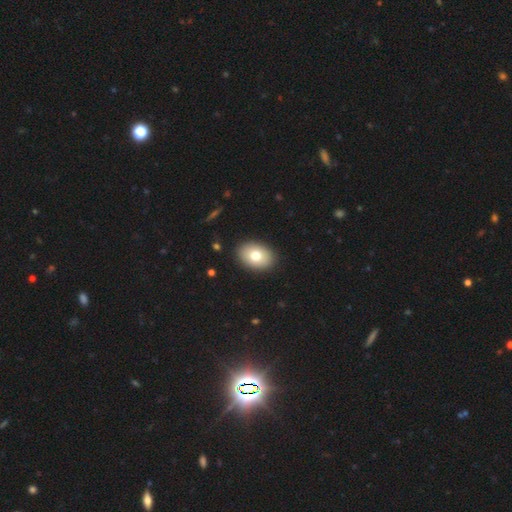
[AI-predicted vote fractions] Q: Smooth or featured?
A: smooth (76%); runner-up: featured or disk (16%)
Q: How rounded?
A: in between (77%); runner-up: round (22%)
Q: Merging?
A: none (90%); runner-up: minor disturbance (7%)